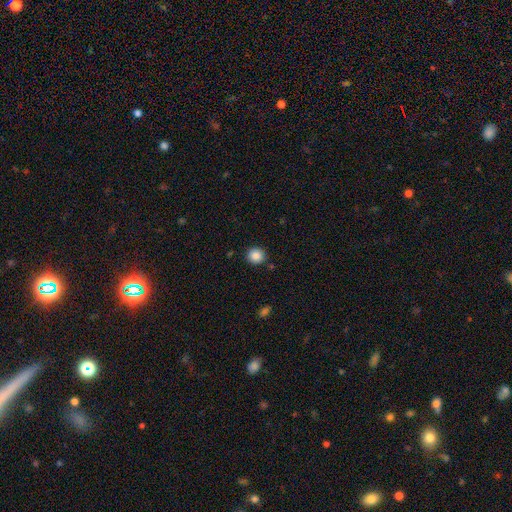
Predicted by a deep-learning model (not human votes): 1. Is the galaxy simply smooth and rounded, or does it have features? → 87% smooth, 10% star or artifact, 4% featured or disk.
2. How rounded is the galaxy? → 91% round, 8% in between, 1% cigar-shaped.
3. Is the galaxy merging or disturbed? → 88% none, 7% minor disturbance, 3% merger, 2% major disturbance.